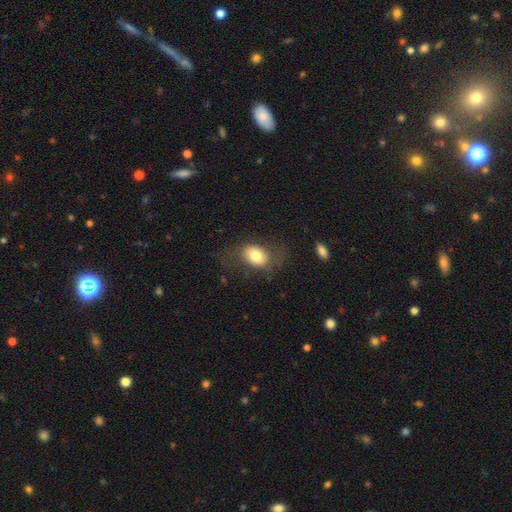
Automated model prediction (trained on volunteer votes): Q: Smooth or featured?
A: smooth (72%); runner-up: featured or disk (20%)
Q: How rounded?
A: in between (70%); runner-up: round (29%)
Q: Merging?
A: none (61%); runner-up: minor disturbance (21%)